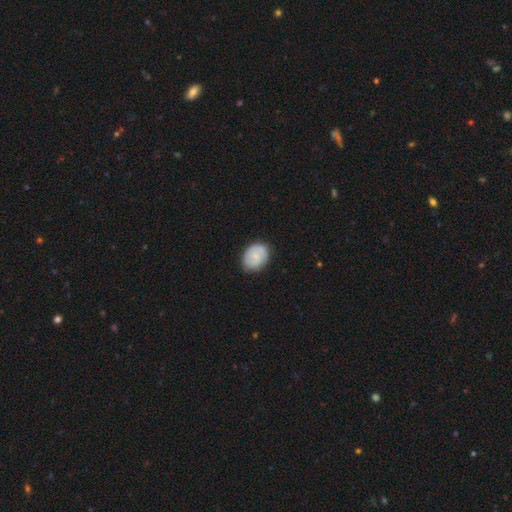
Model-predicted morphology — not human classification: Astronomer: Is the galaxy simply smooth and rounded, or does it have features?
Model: smooth — 70%.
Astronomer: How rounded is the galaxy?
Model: in between — 59% (runner-up: round, 40%).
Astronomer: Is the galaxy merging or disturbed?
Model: none — 82%.